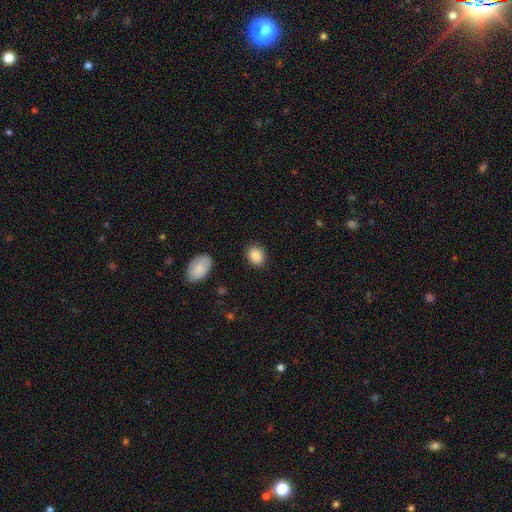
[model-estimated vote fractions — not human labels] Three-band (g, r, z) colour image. It shows a smooth galaxy with no disk features (88%) that is in between round and cigar-shaped (60%). Merging: none (86%).